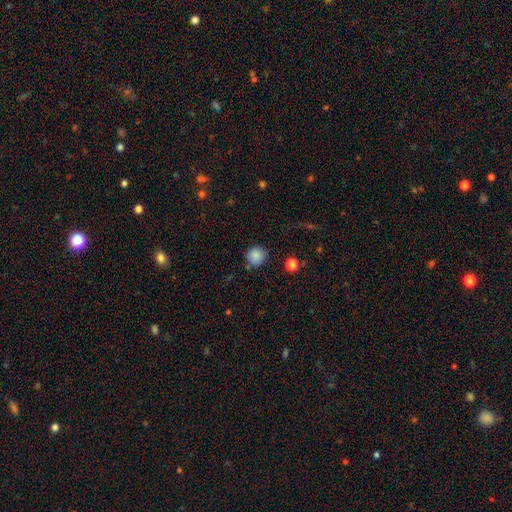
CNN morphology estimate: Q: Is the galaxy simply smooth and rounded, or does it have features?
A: smooth — 85%.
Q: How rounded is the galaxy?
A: round — 91%.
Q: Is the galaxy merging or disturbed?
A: none — 79%.